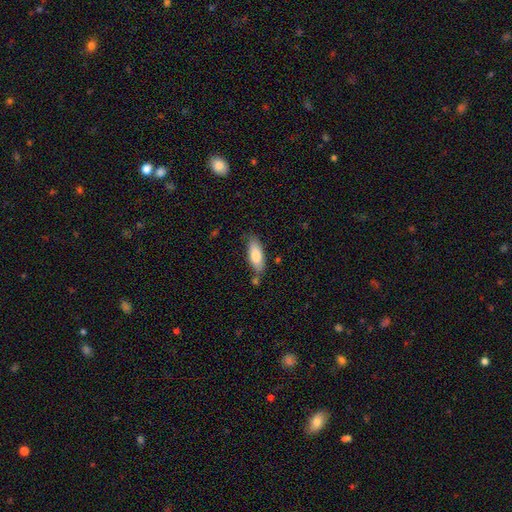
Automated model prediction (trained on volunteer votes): smooth 78%, featured or disk 16%, star or artifact 6%. Down the decision tree: how rounded — in between (71%); merging — none (68%).